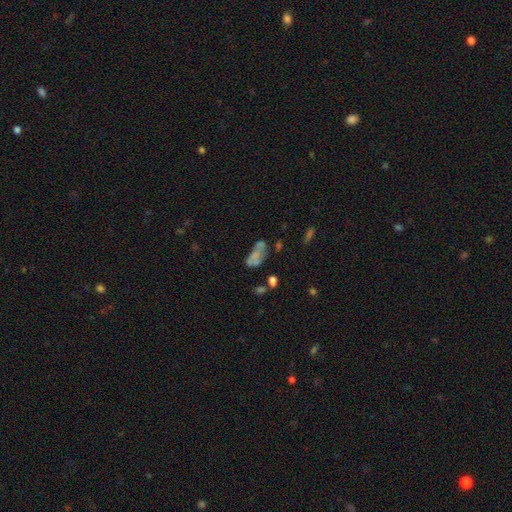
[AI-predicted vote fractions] Smooth or featured?
  - smooth: 52% *
  - featured or disk: 33%
  - star or artifact: 15%
How rounded?
  - in between: 84% *
  - cigar-shaped: 10%
  - round: 6%
Merging?
  - none: 32% *
  - merger: 25%
  - major disturbance: 22%
  - minor disturbance: 21%